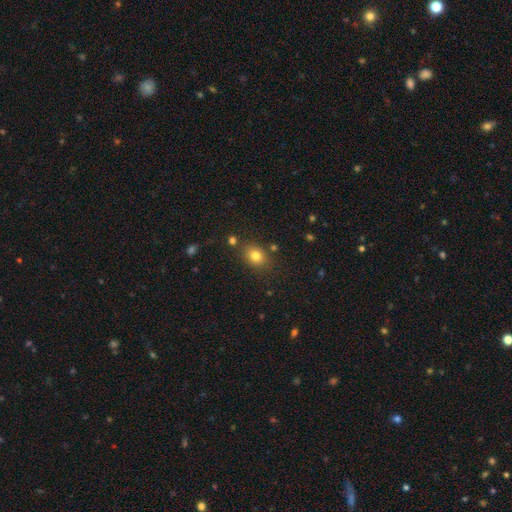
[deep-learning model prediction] Smooth or featured? Predicted: smooth (p=0.78). How rounded? Predicted: in between (p=0.51). Merging? Predicted: none (p=0.80).